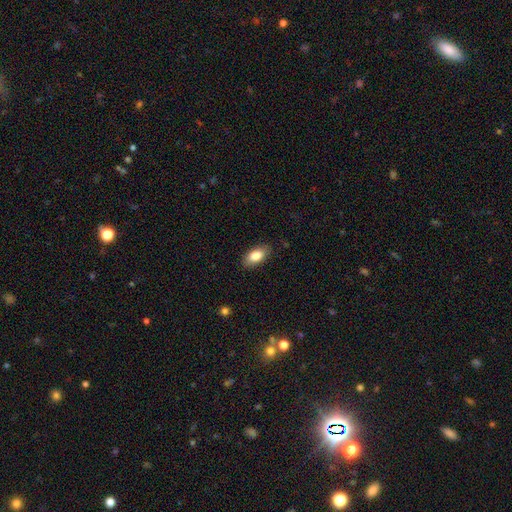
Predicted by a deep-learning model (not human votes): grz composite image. It shows a smooth galaxy with no disk features (83%) that is in between round and cigar-shaped (91%). Merging: none (86%).